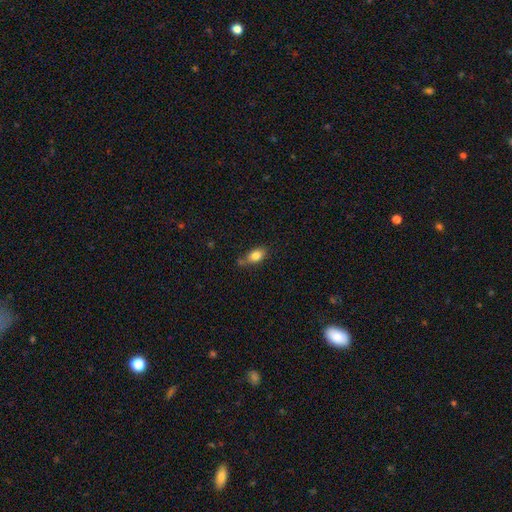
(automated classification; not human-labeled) smooth_or_featured: smooth (p=0.82) [alt: featured or disk p=0.09]
how_rounded: in between (p=0.82) [alt: round p=0.15]
merging: none (p=0.60) [alt: minor disturbance p=0.22]